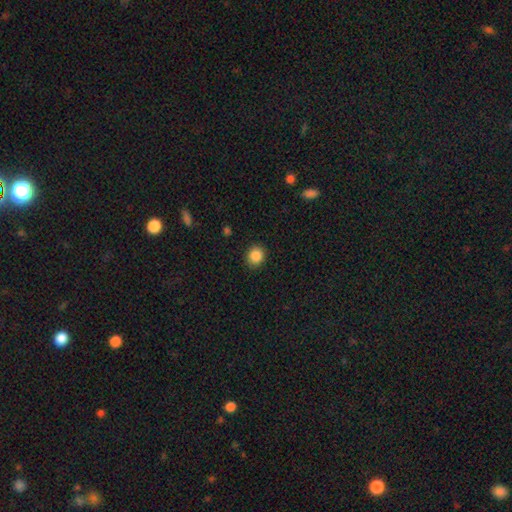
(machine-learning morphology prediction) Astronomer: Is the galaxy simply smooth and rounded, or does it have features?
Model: smooth — 87%.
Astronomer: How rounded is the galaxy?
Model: round — 79%.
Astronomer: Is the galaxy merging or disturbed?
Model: none — 90%.